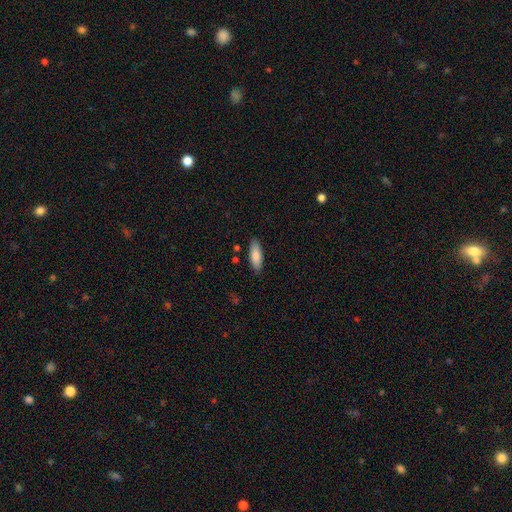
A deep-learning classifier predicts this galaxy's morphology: A smooth galaxy with no disk features (85%) that is in between round and cigar-shaped (65%).

Vote fractions:
- Smooth or featured? smooth: 85% / featured or disk: 10% / star or artifact: 6%
- How rounded? in between: 65% / cigar-shaped: 33% / round: 2%
- Merging? none: 87% / minor disturbance: 10% / major disturbance: 2% / merger: 2%